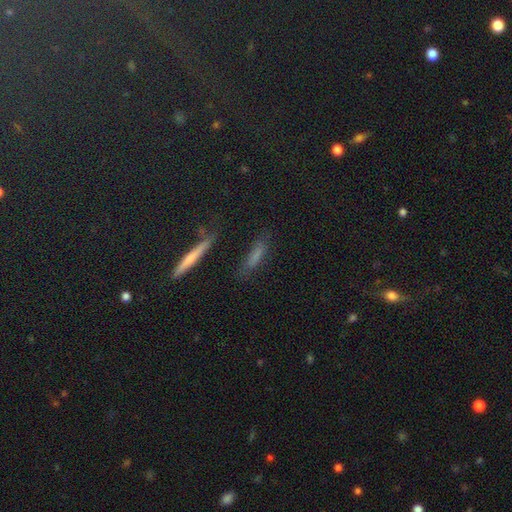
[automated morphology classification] Q: Smooth or featured?
A: smooth (62%); runner-up: featured or disk (22%)
Q: How rounded?
A: cigar-shaped (77%); runner-up: in between (20%)
Q: Merging?
A: none (73%); runner-up: minor disturbance (18%)